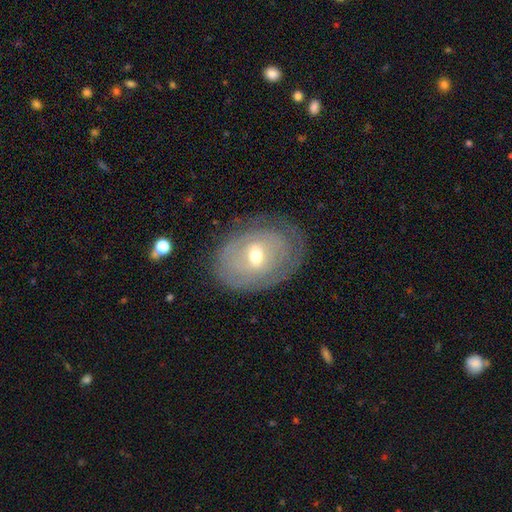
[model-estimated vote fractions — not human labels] A featured or disk galaxy (67%) with a weak bar (45%), spiral arms (61%) and a moderate central bulge (58%).

Vote fractions:
- Smooth or featured? featured or disk: 67% / smooth: 26% / star or artifact: 7%
- Edge-on disk? no: 94% / yes: 6%
- Bar? weak: 45% / no: 41% / strong: 14%
- Spiral arms? yes: 61% / no: 39%
- Bulge size? moderate: 58% / small: 36% / large: 3% / dominant: 1% / none: 1%
- Merging? none: 72% / minor disturbance: 19% / major disturbance: 9% / merger: 1%